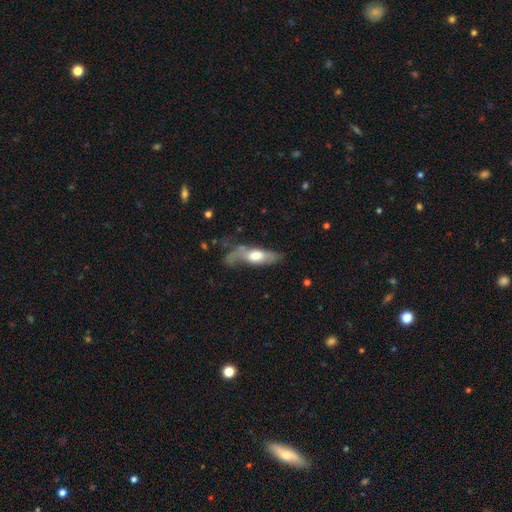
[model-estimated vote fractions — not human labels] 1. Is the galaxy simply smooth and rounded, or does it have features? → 52% smooth, 42% featured or disk, 6% star or artifact.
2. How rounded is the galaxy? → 55% in between, 43% cigar-shaped, 3% round.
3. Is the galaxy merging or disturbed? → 39% none, 28% minor disturbance, 27% major disturbance, 6% merger.